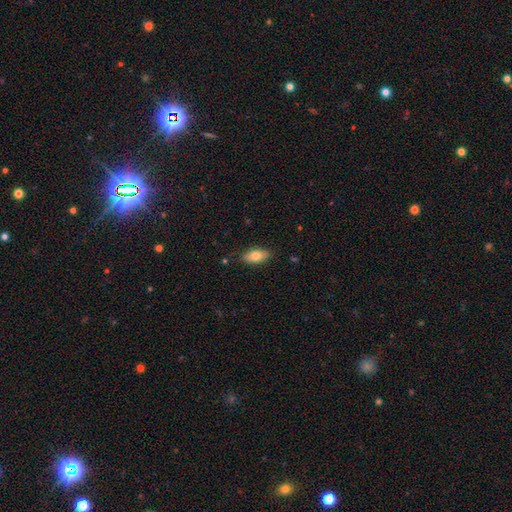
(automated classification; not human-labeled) smooth_or_featured: smooth (p=0.78) [alt: featured or disk p=0.15]
how_rounded: in between (p=0.89) [alt: cigar-shaped p=0.08]
merging: none (p=0.85) [alt: minor disturbance p=0.12]